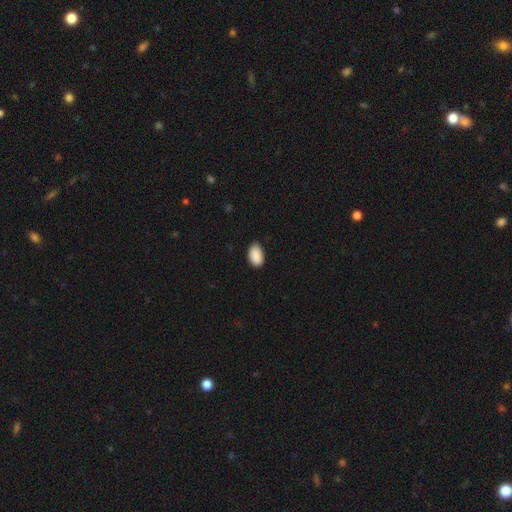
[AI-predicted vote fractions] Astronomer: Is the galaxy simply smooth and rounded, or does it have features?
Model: smooth — 90%.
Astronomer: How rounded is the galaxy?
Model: in between — 93%.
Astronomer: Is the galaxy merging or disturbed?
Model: none — 80%.